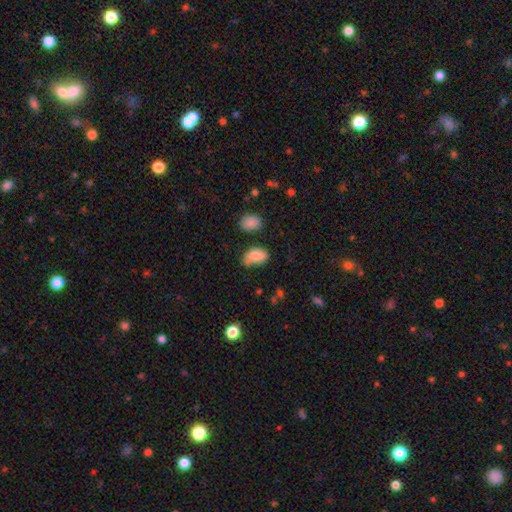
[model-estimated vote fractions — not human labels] smooth_or_featured: smooth (p=0.81) [alt: featured or disk p=0.11]
how_rounded: in between (p=0.91) [alt: round p=0.07]
merging: none (p=0.58) [alt: minor disturbance p=0.28]